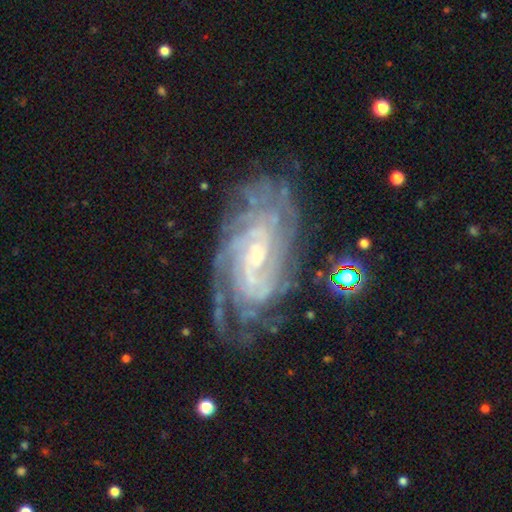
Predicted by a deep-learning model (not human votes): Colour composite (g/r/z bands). It shows a featured or disk galaxy (88%) with a weak bar (43%), tight (75%) spiral arms (97%) and a small central bulge (65%). Merging: none (71%).